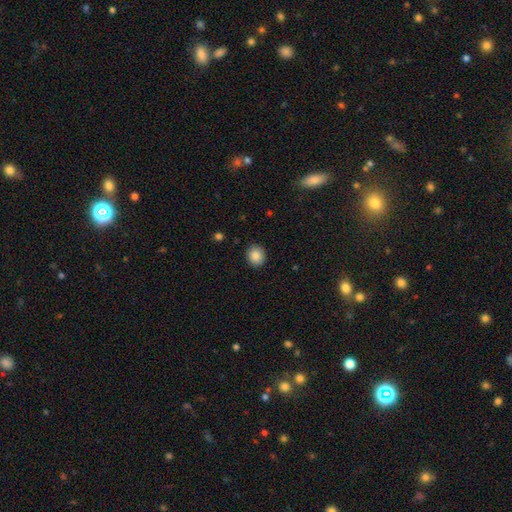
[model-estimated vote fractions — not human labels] A smooth galaxy with no disk features (86%) that is round (77%). Merging: none (91%).